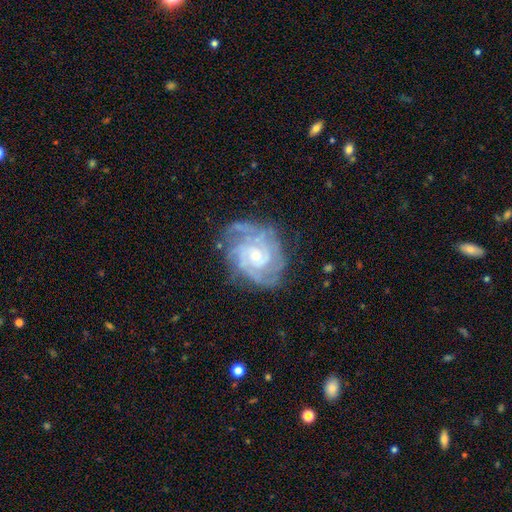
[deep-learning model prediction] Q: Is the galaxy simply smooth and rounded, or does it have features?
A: featured or disk — 87%.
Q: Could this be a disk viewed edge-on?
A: no — 97%.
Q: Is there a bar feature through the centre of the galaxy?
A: no — 67%.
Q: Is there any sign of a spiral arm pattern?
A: yes — 95%.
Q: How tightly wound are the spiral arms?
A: tight — 65%.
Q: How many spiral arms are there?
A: can't tell — 30%.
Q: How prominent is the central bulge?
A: small — 52%.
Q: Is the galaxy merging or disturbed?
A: none — 70%.